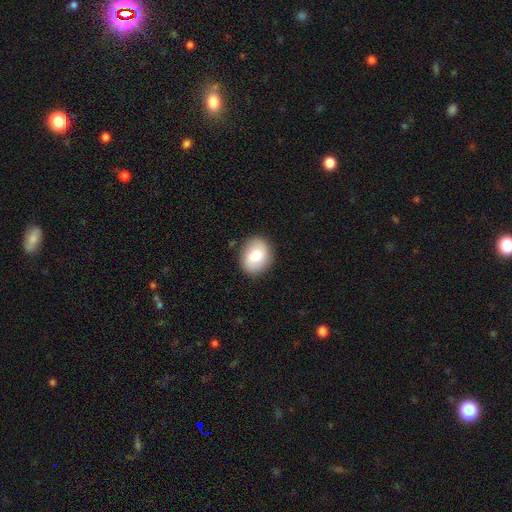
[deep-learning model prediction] Smooth or featured? smooth (76%)
How rounded? in between (56%)
Merging? none (87%)